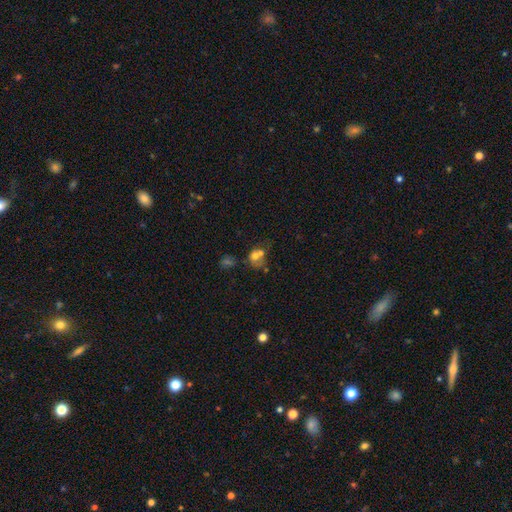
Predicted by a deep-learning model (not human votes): A smooth galaxy with no disk features (64%) that is round (59%). Merging: merger (56%).